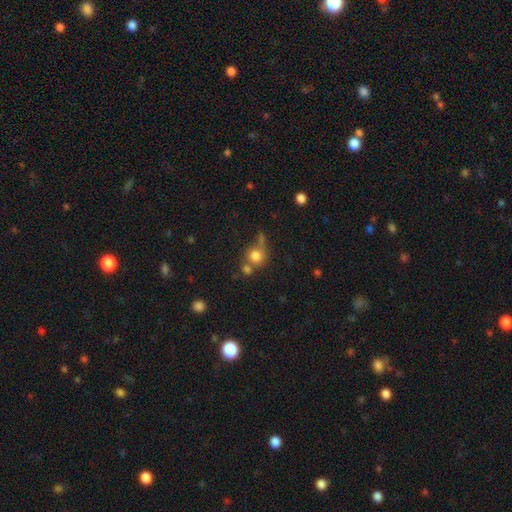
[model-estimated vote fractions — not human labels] The model was most divided on "merging": none: 47%, merger: 33%, minor disturbance: 13%, major disturbance: 8%. More confident: how rounded — round (86%); smooth or featured — smooth (77%).